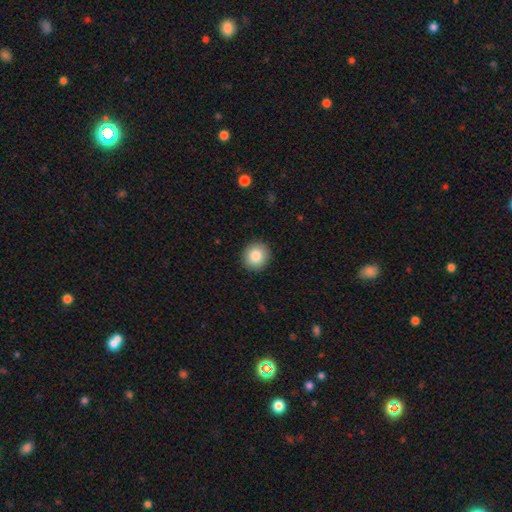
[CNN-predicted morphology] Smooth or featured: smooth — 85% (star or artifact — 8%)
How rounded: round — 90% (in between — 9%)
Merging: none — 92% (minor disturbance — 5%)